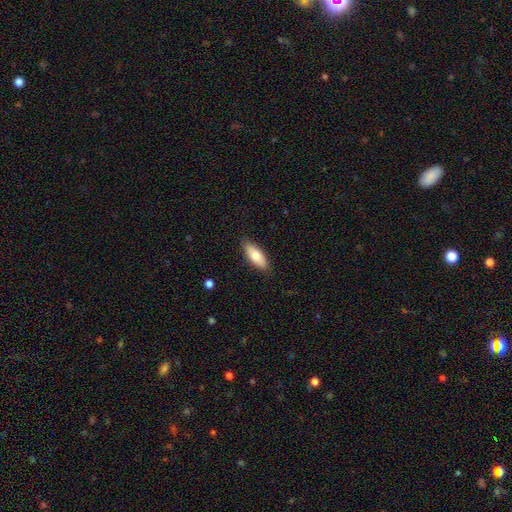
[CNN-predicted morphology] Smooth or featured: smooth — 75% (featured or disk — 19%)
How rounded: in between — 76% (cigar-shaped — 22%)
Merging: none — 87% (minor disturbance — 10%)